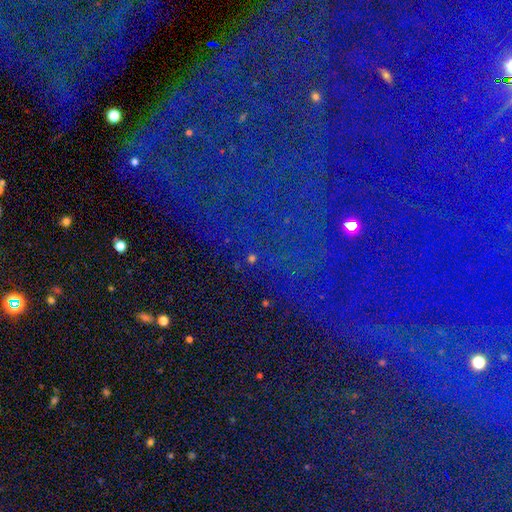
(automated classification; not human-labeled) Overall: star or artifact (87%).